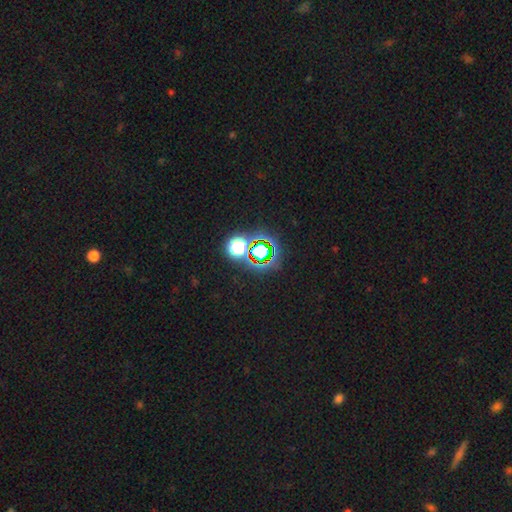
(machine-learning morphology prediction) Q: Smooth or featured?
A: star or artifact (73%); runner-up: smooth (19%)